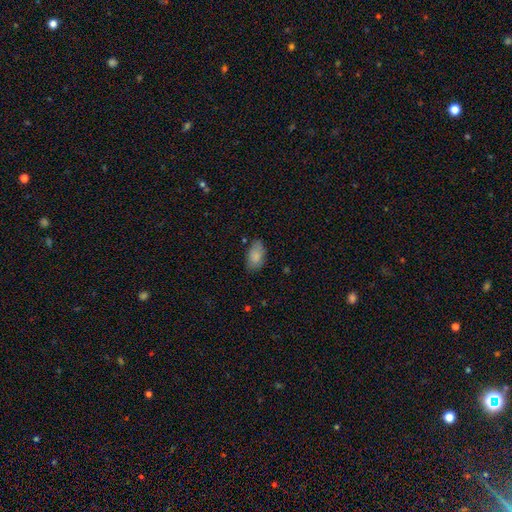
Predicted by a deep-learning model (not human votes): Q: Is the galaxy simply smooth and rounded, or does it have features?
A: smooth — 85%.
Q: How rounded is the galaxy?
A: in between — 93%.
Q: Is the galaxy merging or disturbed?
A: none — 76%.